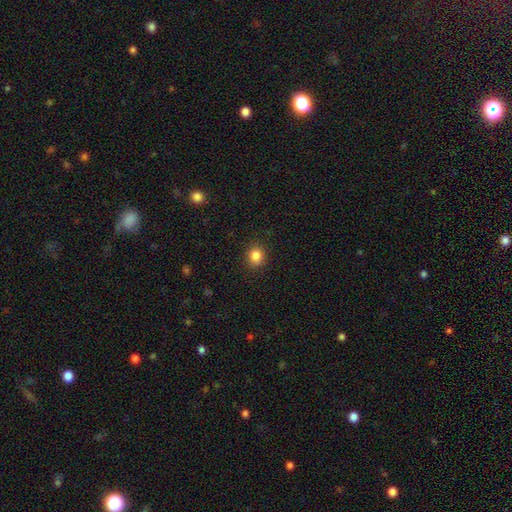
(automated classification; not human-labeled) This is clearly a smooth galaxy (84%). How rounded: likely round (70%). Merging: clearly none (90%).